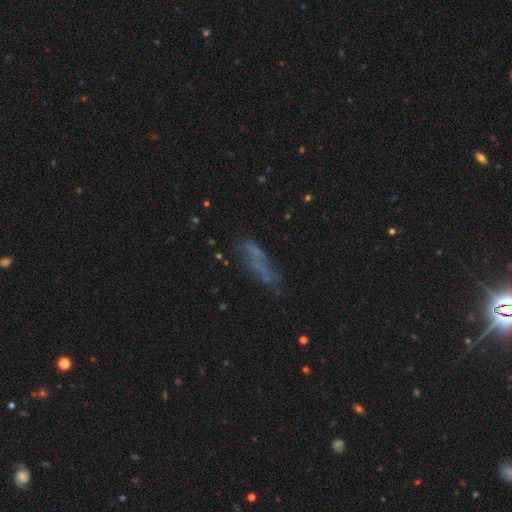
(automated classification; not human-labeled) Smooth or featured? Predicted: smooth (p=0.41). Merging? Predicted: none (p=0.47).